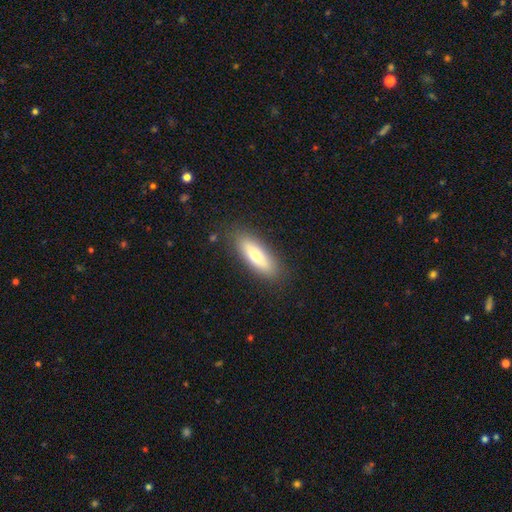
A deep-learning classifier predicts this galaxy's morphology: Smooth or featured? Predicted: smooth (p=0.72). How rounded? Predicted: in between (p=0.57). Merging? Predicted: none (p=0.86).